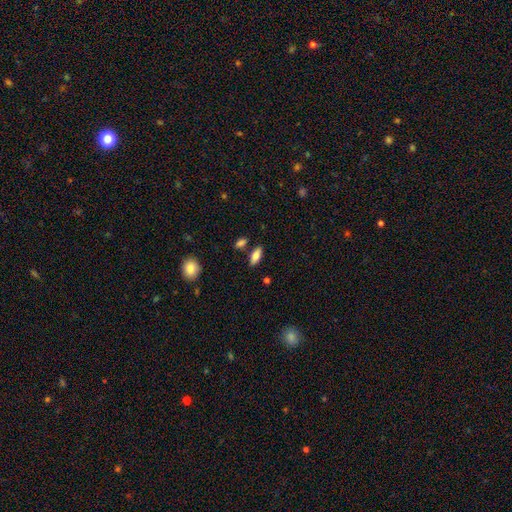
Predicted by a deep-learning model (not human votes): A smooth galaxy with no disk features (73%) that is in between round and cigar-shaped (79%).

Vote fractions:
- Smooth or featured? smooth: 73% / featured or disk: 20% / star or artifact: 7%
- How rounded? in between: 79% / cigar-shaped: 19% / round: 3%
- Merging? none: 82% / minor disturbance: 10% / merger: 5% / major disturbance: 3%